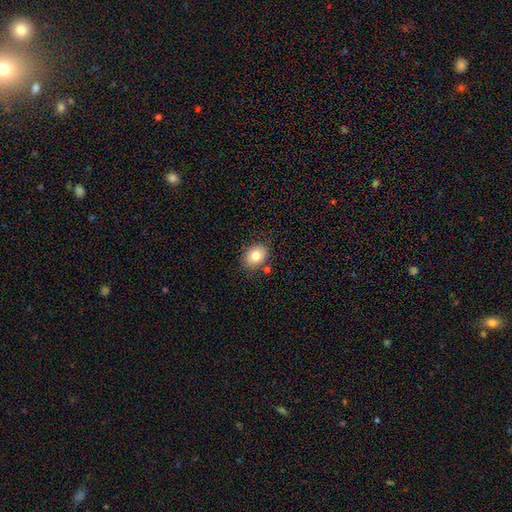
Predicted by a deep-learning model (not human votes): Smooth or featured: smooth — 80% (featured or disk — 11%)
How rounded: in between — 57% (round — 43%)
Merging: none — 80% (minor disturbance — 13%)